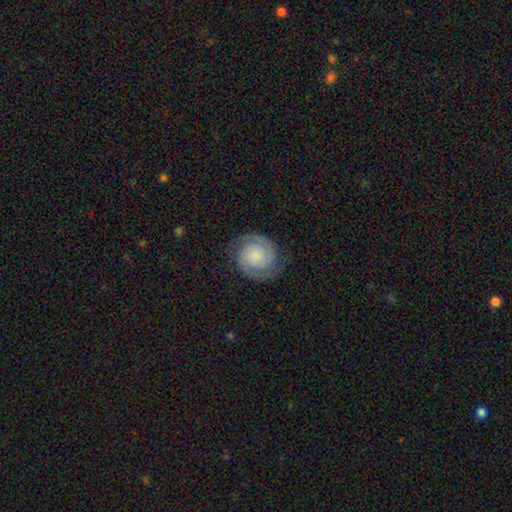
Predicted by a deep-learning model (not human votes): Smooth or featured?
  - featured or disk: 82% *
  - smooth: 12%
  - star or artifact: 6%
Edge-on disk?
  - no: 98% *
  - yes: 2%
Bar?
  - no: 74% *
  - weak: 21%
  - strong: 5%
Spiral arms?
  - yes: 98% *
  - no: 2%
Spiral winding?
  - tight: 64% *
  - medium: 31%
  - loose: 6%
Spiral arm count?
  - 2: 92% *
  - can't tell: 3%
  - 3: 2%
  - 1: 1%
  - 4: 1%
  - more than 4: 1%
Bulge size?
  - small: 37% *
  - none: 26%
  - moderate: 24%
  - large: 10%
  - dominant: 3%
Merging?
  - none: 81% *
  - minor disturbance: 13%
  - major disturbance: 5%
  - merger: 1%